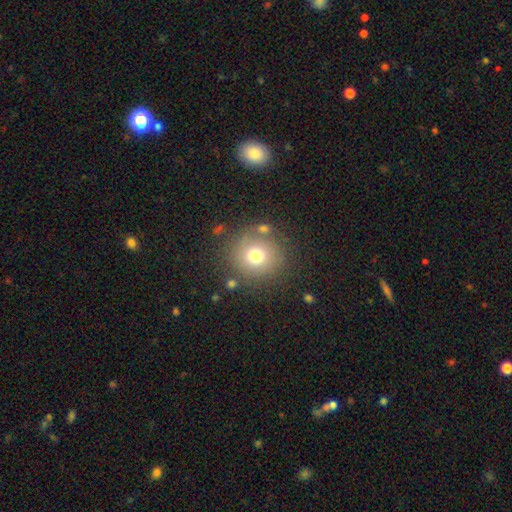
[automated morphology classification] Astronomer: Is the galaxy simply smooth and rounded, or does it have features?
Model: smooth — 72%.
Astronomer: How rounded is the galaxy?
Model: round — 92%.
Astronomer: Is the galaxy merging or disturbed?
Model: none — 77%.